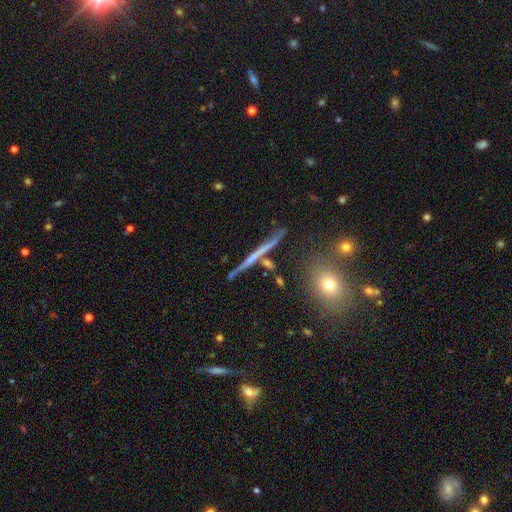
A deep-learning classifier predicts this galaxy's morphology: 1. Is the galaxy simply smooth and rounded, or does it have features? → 60% featured or disk, 27% smooth, 13% star or artifact.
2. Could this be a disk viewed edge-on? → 95% yes, 5% no.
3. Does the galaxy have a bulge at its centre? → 76% none, 17% rounded, 6% boxy.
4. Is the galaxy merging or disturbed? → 85% none, 9% minor disturbance, 4% merger, 3% major disturbance.